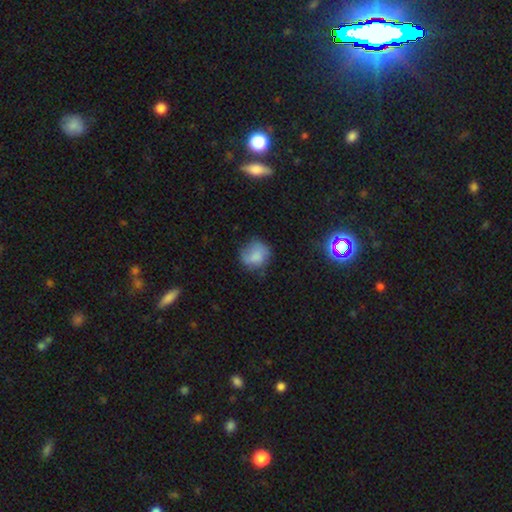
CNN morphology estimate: Overall: smooth (71%). How rounded: round (78%). Merging: none (60%; minor disturbance 27%).